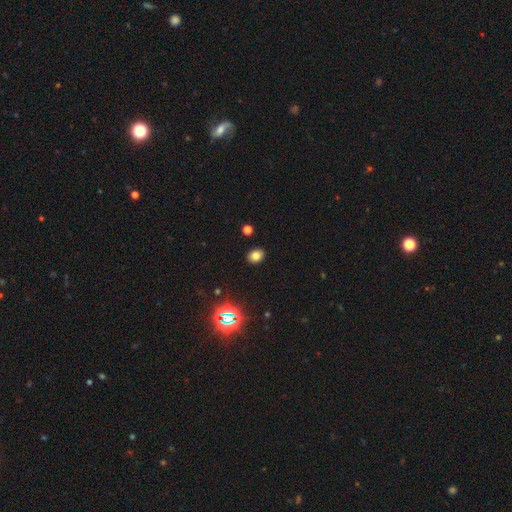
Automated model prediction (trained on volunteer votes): A smooth galaxy with no disk features (76%) that is in between round and cigar-shaped (56%).

Vote fractions:
- Smooth or featured? smooth: 76% / star or artifact: 16% / featured or disk: 7%
- How rounded? in between: 56% / round: 43% / cigar-shaped: 1%
- Merging? none: 90% / minor disturbance: 7% / major disturbance: 2% / merger: 1%